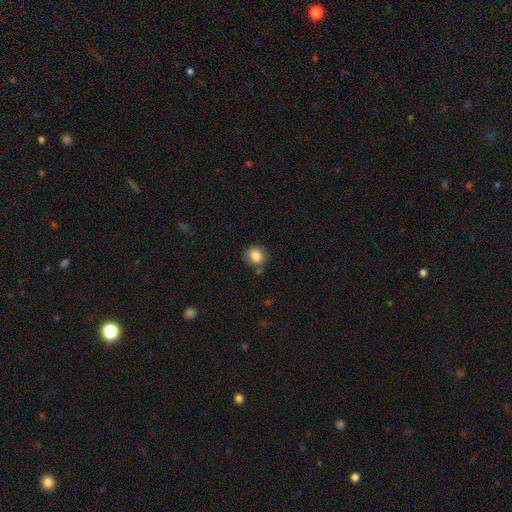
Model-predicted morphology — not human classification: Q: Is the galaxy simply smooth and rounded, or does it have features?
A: smooth — 83%.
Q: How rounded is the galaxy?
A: round — 68%.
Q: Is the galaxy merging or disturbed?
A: none — 78%.